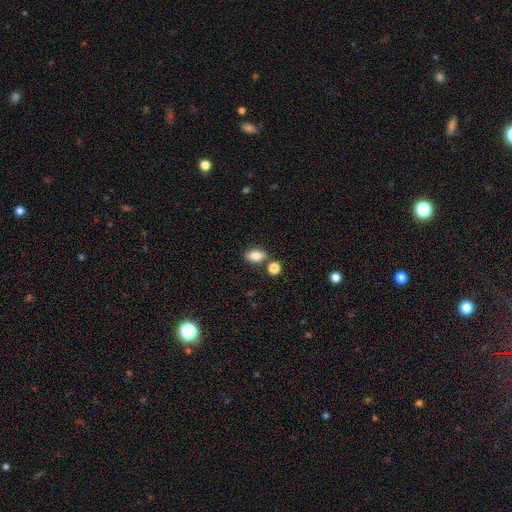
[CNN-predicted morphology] smooth-or-featured: smooth: 81% | featured or disk: 10% | star or artifact: 9%
  how-rounded: in between: 82% | round: 11% | cigar-shaped: 7%
  merging: none: 74% | minor disturbance: 12% | merger: 11% | major disturbance: 3%